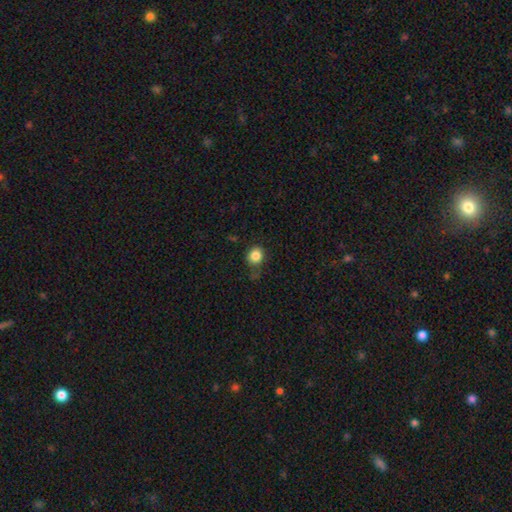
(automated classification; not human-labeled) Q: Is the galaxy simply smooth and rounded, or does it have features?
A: smooth — 84%.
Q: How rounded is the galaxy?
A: round — 79%.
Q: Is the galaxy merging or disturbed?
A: none — 72%.